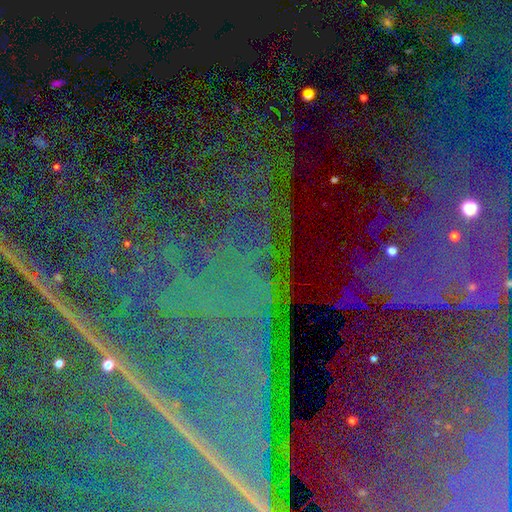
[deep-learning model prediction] star or artifact 87%, featured or disk 7%, smooth 5%.